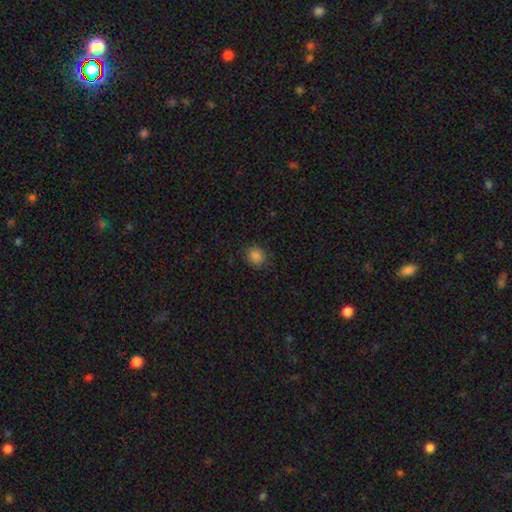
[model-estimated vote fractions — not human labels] Smooth or featured? smooth (85%)
How rounded? round (85%)
Merging? none (87%)